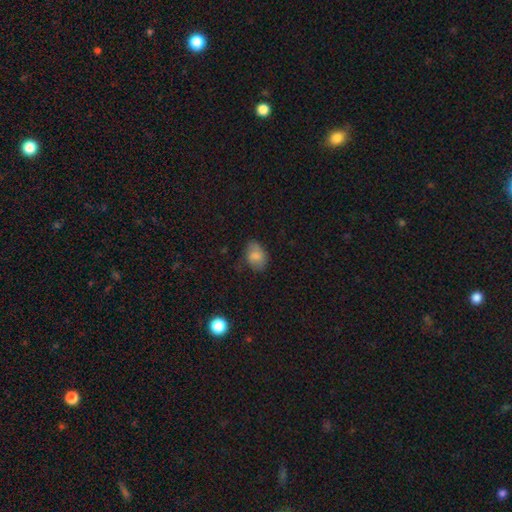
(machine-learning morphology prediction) type=smooth (79%); roundness=in between (76%); merging=none (62%).